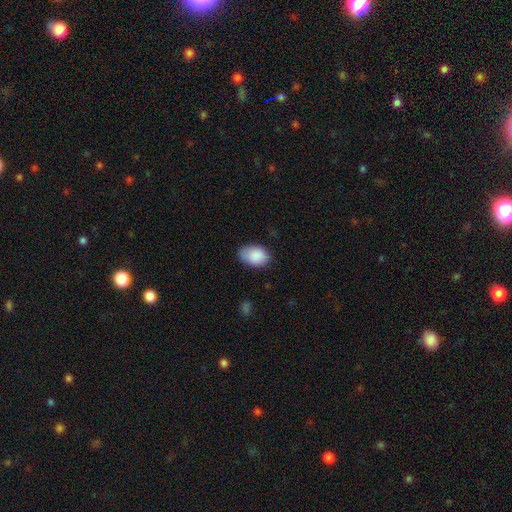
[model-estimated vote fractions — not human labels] The model was most divided on "merging": none: 69%, minor disturbance: 24%, major disturbance: 5%, merger: 2%. More confident: smooth or featured — smooth (87%); how rounded — in between (86%).